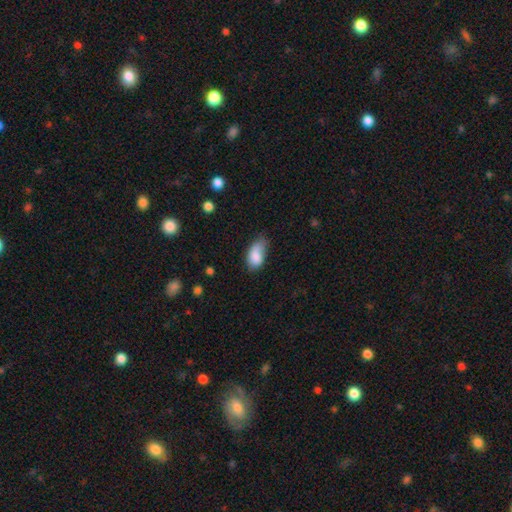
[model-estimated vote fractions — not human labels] Smooth or featured? smooth (83%)
How rounded? in between (93%)
Merging? none (44%)